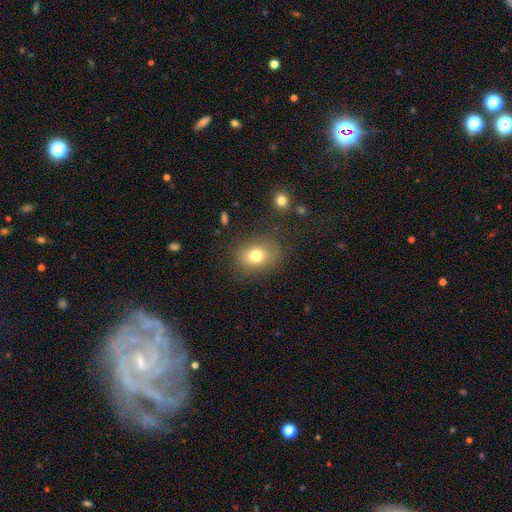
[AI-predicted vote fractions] smooth-or-featured: smooth: 75% | star or artifact: 13% | featured or disk: 12%
  how-rounded: in between: 50% | round: 49% | cigar-shaped: 1%
  merging: none: 78% | minor disturbance: 14% | major disturbance: 6% | merger: 2%